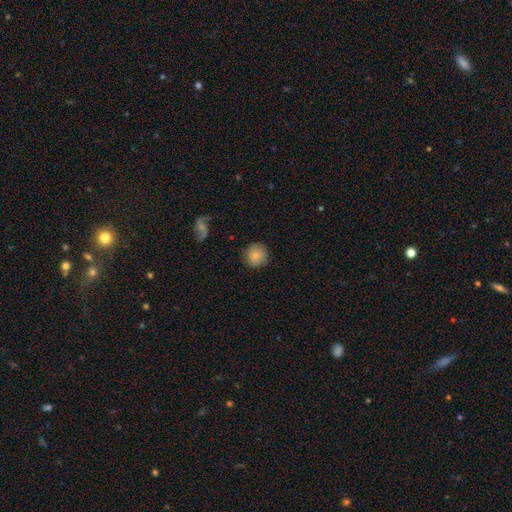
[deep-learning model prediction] This appears to be a smooth galaxy with no disk features (81%) that is round (91%). Merging: none (84%).